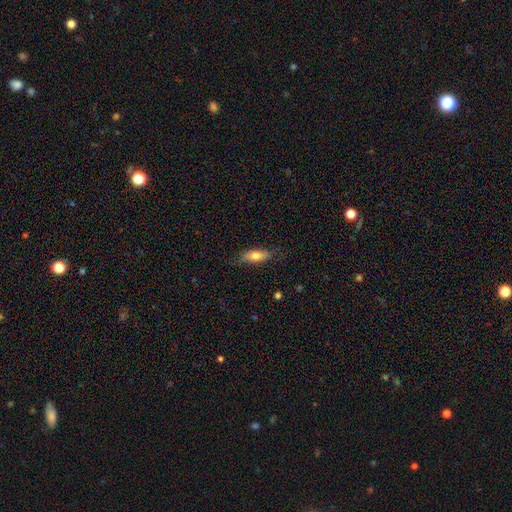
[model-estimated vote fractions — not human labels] Morphology: type=smooth (71%); roundness=in between (66%); merging=none (75%).